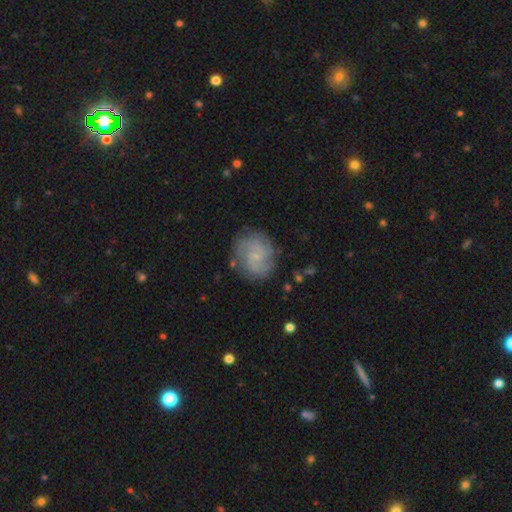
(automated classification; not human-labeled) A featured or disk galaxy (64%) with no bar (67%), tight (42%, tied with medium) spiral arms (89%) and a small central bulge (72%).

Vote fractions:
- Smooth or featured? featured or disk: 64% / smooth: 27% / star or artifact: 9%
- Edge-on disk? no: 98% / yes: 2%
- Bar? no: 67% / weak: 30% / strong: 4%
- Spiral arms? yes: 89% / no: 11%
- Spiral winding? tight: 42% (tied) / medium: 42% (tied) / loose: 16%
- Spiral arm count? can't tell: 32% / 2: 30% / 3: 18% / 4: 9% / 1: 5% / more than 4: 5%
- Bulge size? small: 72% / none: 15% / moderate: 11% / large: 1% / dominant: 1%
- Merging? none: 76% / minor disturbance: 16% / major disturbance: 6% / merger: 2%